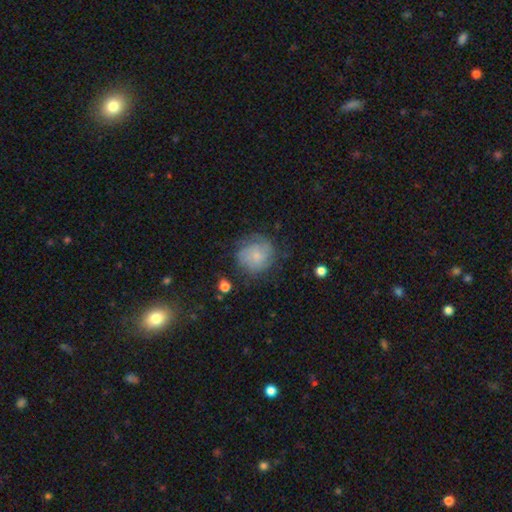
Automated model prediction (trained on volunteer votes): Q: Smooth or featured?
A: featured or disk (54%); runner-up: smooth (37%)
Q: Edge-on disk?
A: no (98%); runner-up: yes (2%)
Q: Bar?
A: no (76%); runner-up: weak (21%)
Q: Spiral arms?
A: yes (84%); runner-up: no (16%)
Q: Bulge size?
A: small (67%); runner-up: moderate (19%)
Q: Merging?
A: none (67%); runner-up: minor disturbance (21%)